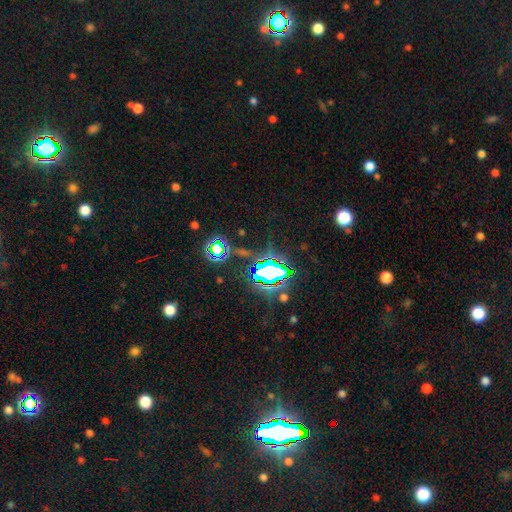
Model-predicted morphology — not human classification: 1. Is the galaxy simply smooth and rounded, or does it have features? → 80% star or artifact, 12% smooth, 8% featured or disk.